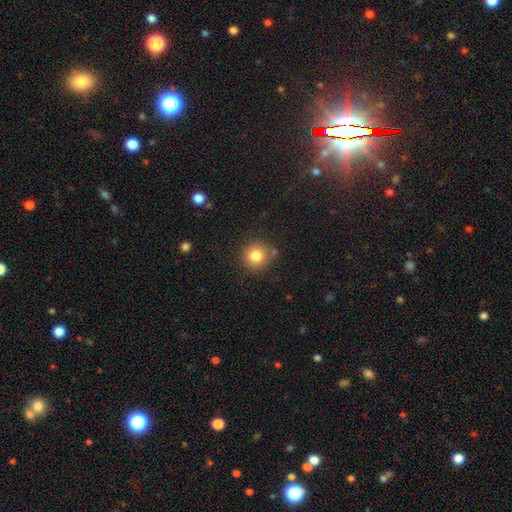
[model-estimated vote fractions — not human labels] smooth-or-featured: smooth: 81% | star or artifact: 11% | featured or disk: 8%
  how-rounded: round: 92% | in between: 7% | cigar-shaped: 1%
  merging: none: 79% | minor disturbance: 13% | merger: 5% | major disturbance: 4%